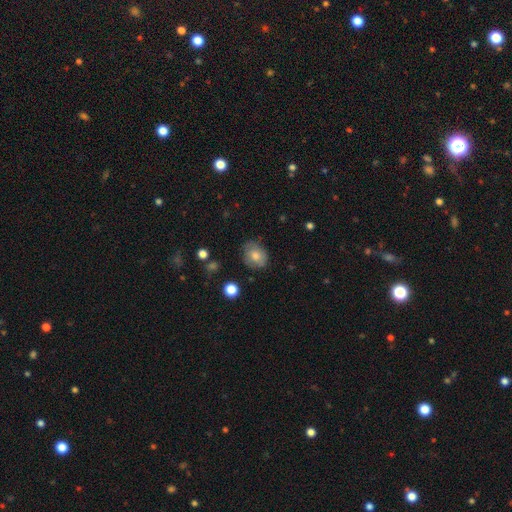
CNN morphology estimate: Overall: smooth (75%). How rounded: round (50%; in between 49%). Merging: none (73%).